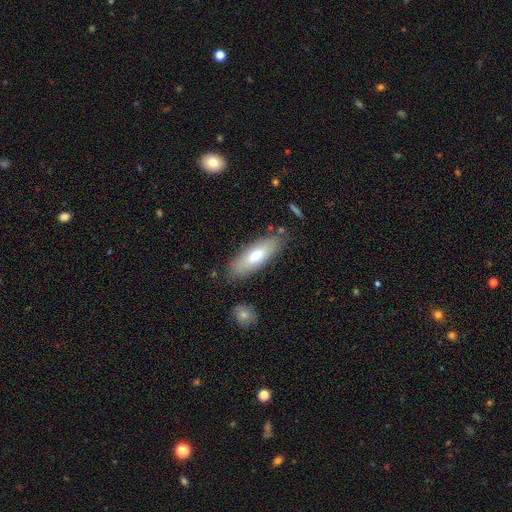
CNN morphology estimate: A smooth galaxy with no disk features (68%) that is in between round and cigar-shaped (66%). Merging: none (82%).